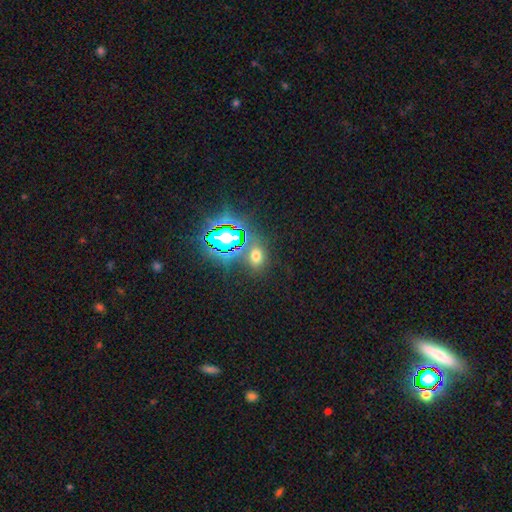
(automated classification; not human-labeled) A smooth galaxy with no disk features (50%) that is in between round and cigar-shaped (64%).

Vote fractions:
- Smooth or featured? smooth: 50% / star or artifact: 41% / featured or disk: 9%
- How rounded? in between: 64% / round: 34% / cigar-shaped: 2%
- Merging? none: 76% / minor disturbance: 11% / merger: 8% / major disturbance: 5%